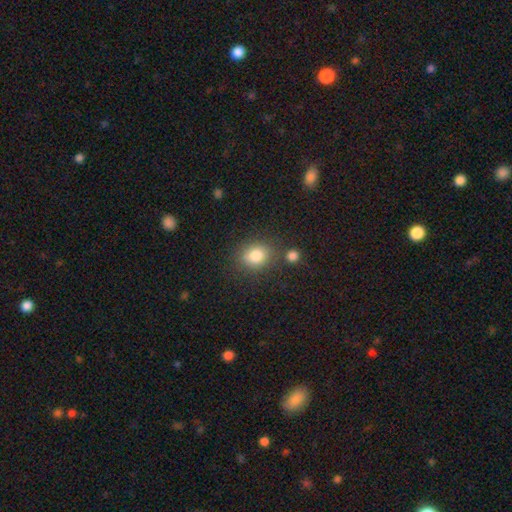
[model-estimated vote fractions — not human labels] Overall: smooth (83%). How rounded: round (55%; in between 44%). Merging: none (74%).